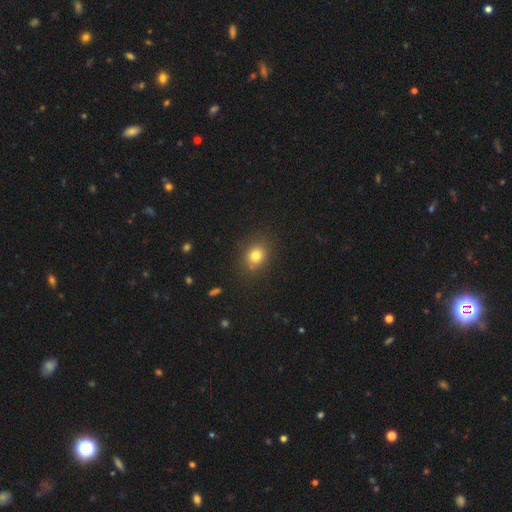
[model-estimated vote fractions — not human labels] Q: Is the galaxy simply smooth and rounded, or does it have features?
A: smooth — 78%.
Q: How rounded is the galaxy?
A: round — 68%.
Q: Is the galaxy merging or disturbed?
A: none — 82%.